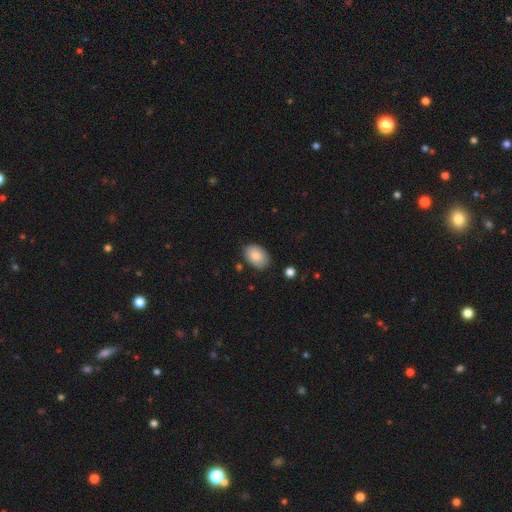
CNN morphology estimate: Smooth or featured: smooth — 85% (featured or disk — 8%)
How rounded: in between — 85% (round — 14%)
Merging: none — 81% (minor disturbance — 15%)